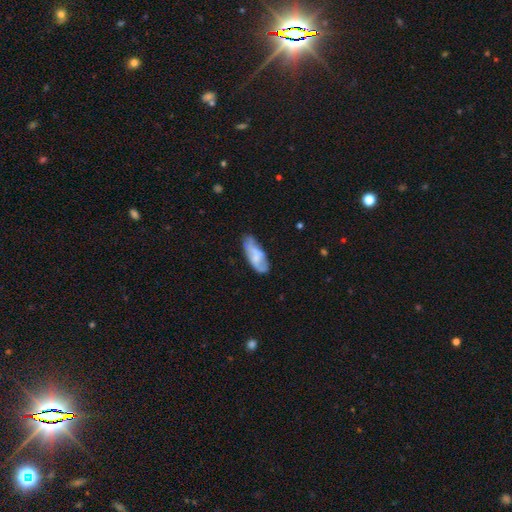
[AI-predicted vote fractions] Smooth or featured? Predicted: smooth (p=0.55). How rounded? Predicted: in between (p=0.76). Merging? Predicted: none (p=0.49).